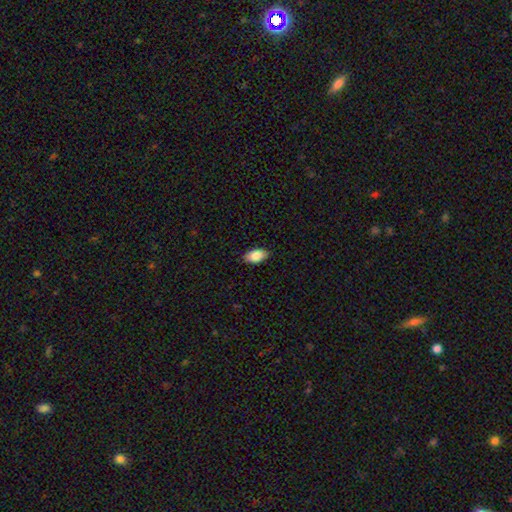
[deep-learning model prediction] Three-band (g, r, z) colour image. It shows a smooth galaxy with no disk features (84%) that is in between round and cigar-shaped (93%). Merging: none (88%).